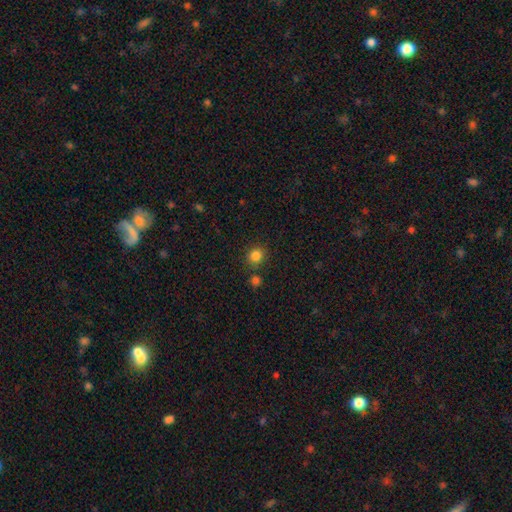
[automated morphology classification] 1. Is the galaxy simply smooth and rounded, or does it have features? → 83% smooth, 12% star or artifact, 5% featured or disk.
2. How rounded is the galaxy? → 85% round, 14% in between, 1% cigar-shaped.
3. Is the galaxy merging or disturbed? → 80% none, 9% minor disturbance, 8% merger, 3% major disturbance.